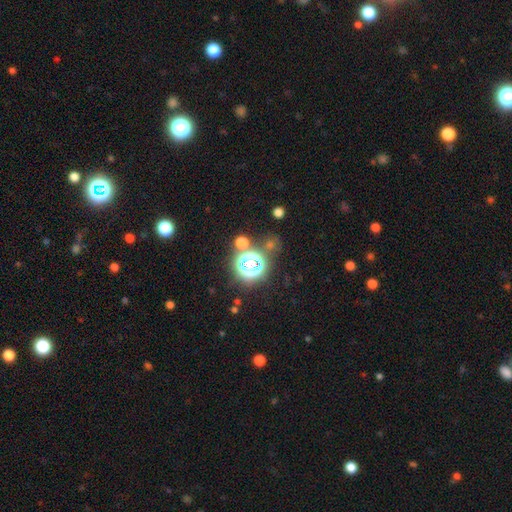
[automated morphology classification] Smooth or featured: star or artifact — 80% (smooth — 13%)